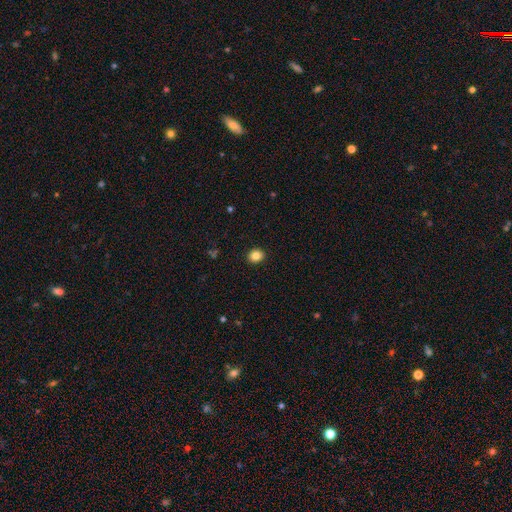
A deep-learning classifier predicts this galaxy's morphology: smooth_or_featured: smooth (p=0.84) [alt: star or artifact p=0.11]
how_rounded: round (p=0.70) [alt: in between p=0.30]
merging: none (p=0.92) [alt: minor disturbance p=0.05]